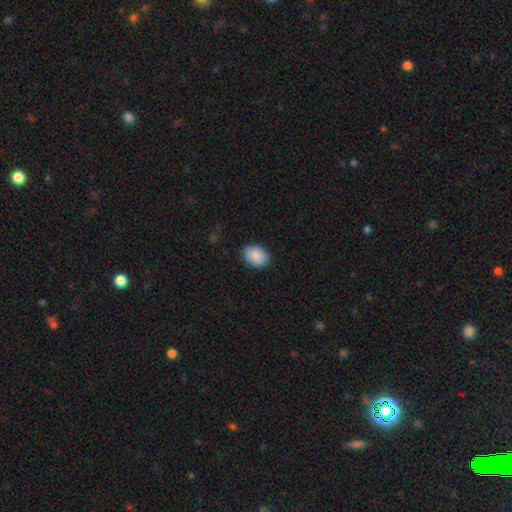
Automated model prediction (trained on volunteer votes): Smooth or featured: smooth — 89% (star or artifact — 6%)
How rounded: in between — 72% (round — 27%)
Merging: none — 85% (minor disturbance — 12%)